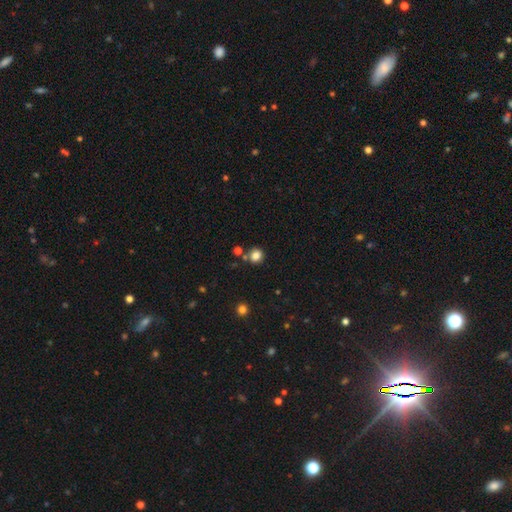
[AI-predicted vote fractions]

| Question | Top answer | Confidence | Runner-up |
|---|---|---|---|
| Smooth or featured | smooth | 82% | star or artifact (12%) |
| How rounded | round | 87% | in between (12%) |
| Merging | none | 77% | merger (11%) |